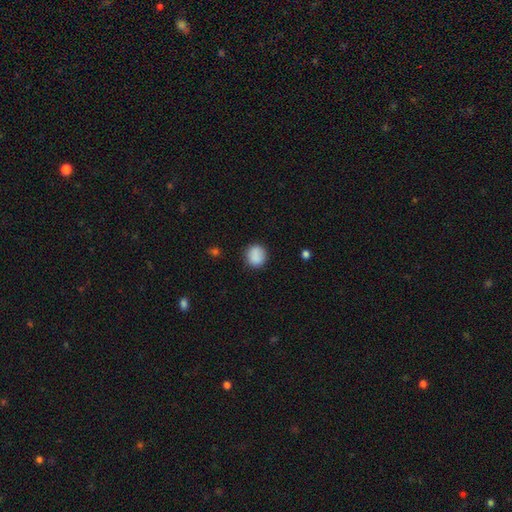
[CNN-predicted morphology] Smooth or featured: smooth — 88% (star or artifact — 8%)
How rounded: round — 84% (in between — 15%)
Merging: none — 86% (minor disturbance — 10%)